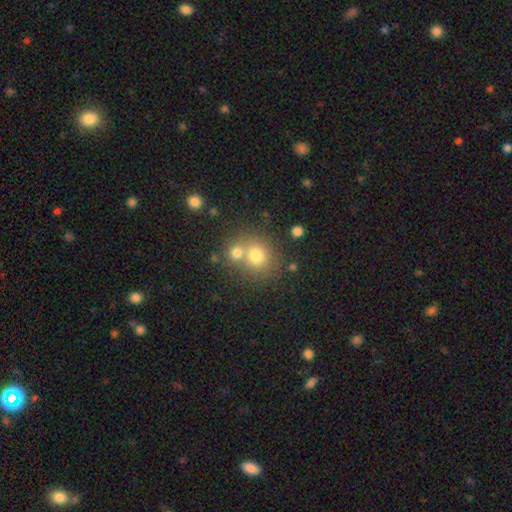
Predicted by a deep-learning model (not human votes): Morphology: type=smooth (74%); roundness=round (83%); merging=none (49%).